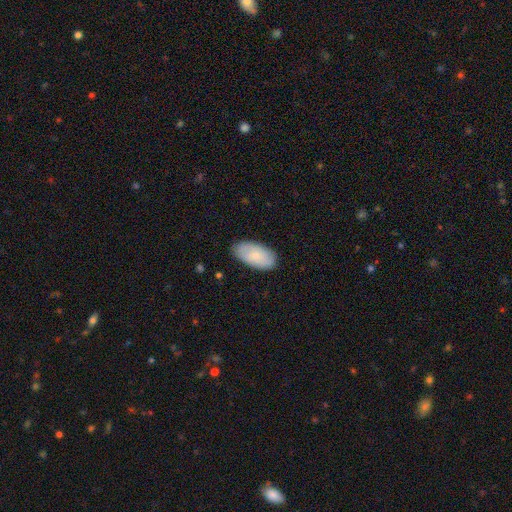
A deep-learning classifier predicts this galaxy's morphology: The model was most divided on "smooth or featured": smooth: 76%, featured or disk: 18%, star or artifact: 6%. More confident: how rounded — in between (95%); merging — none (83%).